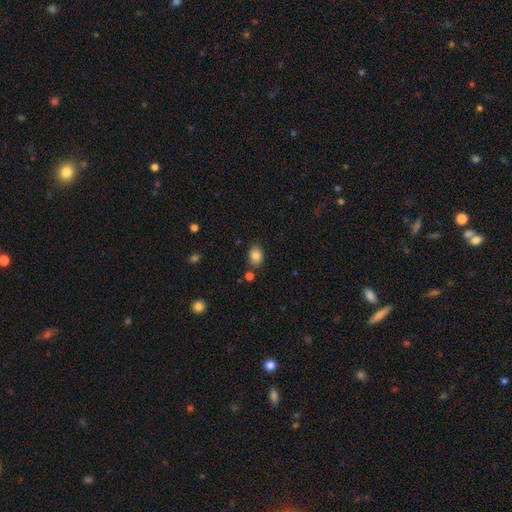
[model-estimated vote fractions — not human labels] This appears to be a smooth galaxy with no disk features (83%) that is in between round and cigar-shaped (70%). Merging: none (82%).